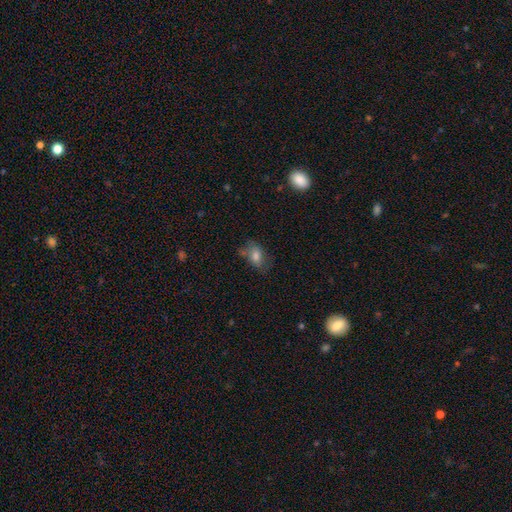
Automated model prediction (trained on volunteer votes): Smooth or featured?
  - smooth: 73% *
  - featured or disk: 17%
  - star or artifact: 10%
How rounded?
  - in between: 83% *
  - round: 16%
  - cigar-shaped: 2%
Merging?
  - none: 57% *
  - minor disturbance: 25%
  - major disturbance: 10%
  - merger: 8%